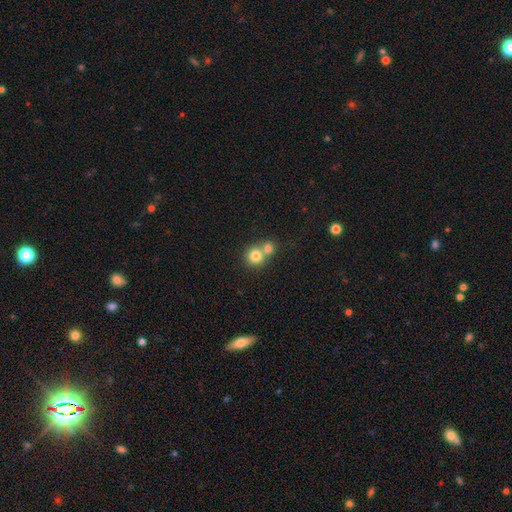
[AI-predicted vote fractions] smooth_or_featured: smooth (p=0.79) [alt: star or artifact p=0.11]
how_rounded: round (p=0.89) [alt: in between p=0.10]
merging: merger (p=0.52) [alt: none p=0.41]